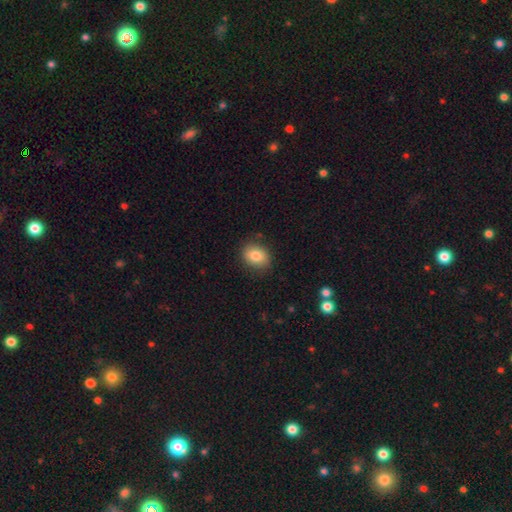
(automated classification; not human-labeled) This appears to be a smooth galaxy with no disk features (83%) that is in between round and cigar-shaped (51%). Merging: none (85%).